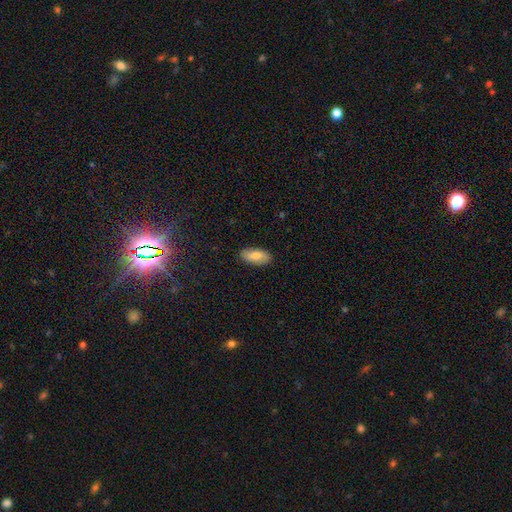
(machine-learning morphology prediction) smooth_or_featured: smooth (p=0.82) [alt: featured or disk p=0.12]
how_rounded: in between (p=0.86) [alt: cigar-shaped p=0.12]
merging: none (p=0.88) [alt: minor disturbance p=0.09]